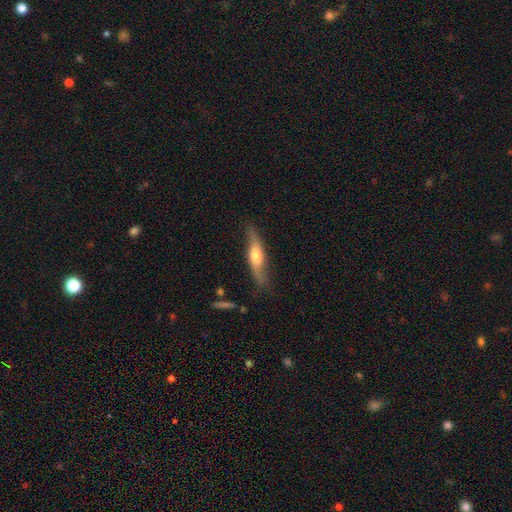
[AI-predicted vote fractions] A featured or disk galaxy (58%) viewed edge-on (64%). Merging: none (74%).